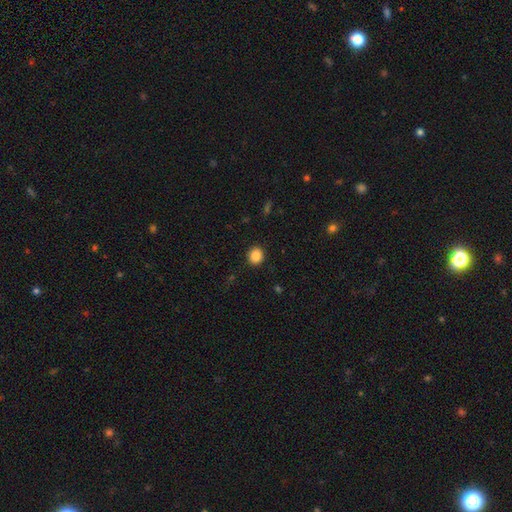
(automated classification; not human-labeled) Smooth or featured?
  - smooth: 87% *
  - star or artifact: 10%
  - featured or disk: 3%
How rounded?
  - round: 82% *
  - in between: 17%
  - cigar-shaped: 1%
Merging?
  - none: 91% *
  - minor disturbance: 6%
  - major disturbance: 2%
  - merger: 1%